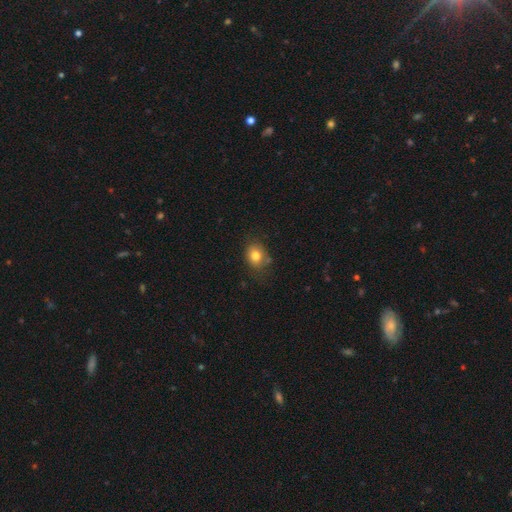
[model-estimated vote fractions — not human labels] Overall: smooth (80%). How rounded: round (52%; in between 47%). Merging: none (70%).